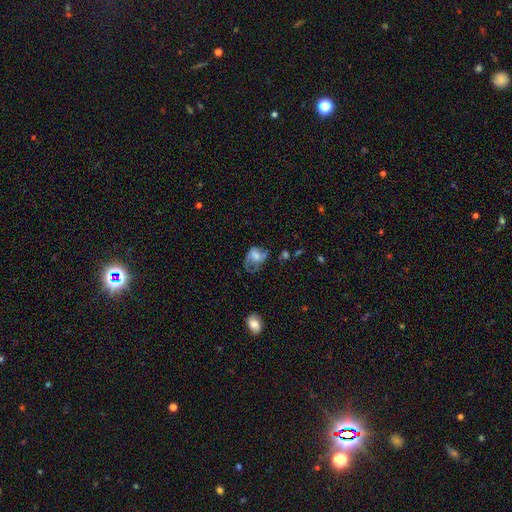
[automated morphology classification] type=featured or disk (46%); merging=major disturbance (38%).